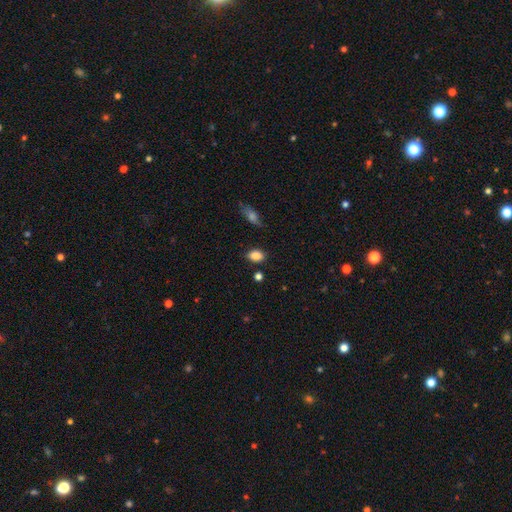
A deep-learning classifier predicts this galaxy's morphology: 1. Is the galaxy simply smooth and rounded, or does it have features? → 86% smooth, 9% star or artifact, 5% featured or disk.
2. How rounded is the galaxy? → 79% in between, 19% round, 2% cigar-shaped.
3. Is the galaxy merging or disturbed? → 83% none, 12% minor disturbance, 3% major disturbance, 3% merger.